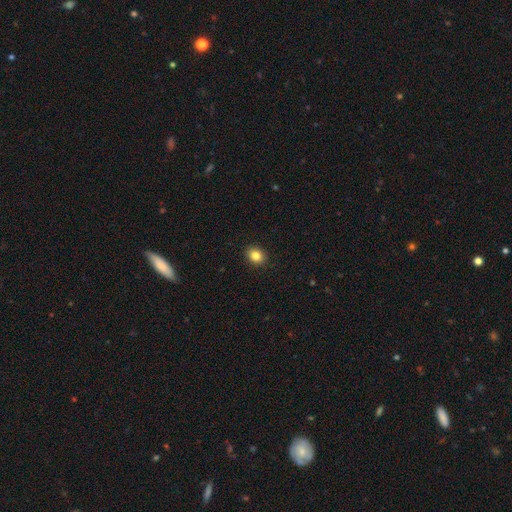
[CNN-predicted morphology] smooth_or_featured: smooth (p=0.84) [alt: star or artifact p=0.10]
how_rounded: round (p=0.53) [alt: in between p=0.46]
merging: none (p=0.91) [alt: minor disturbance p=0.06]